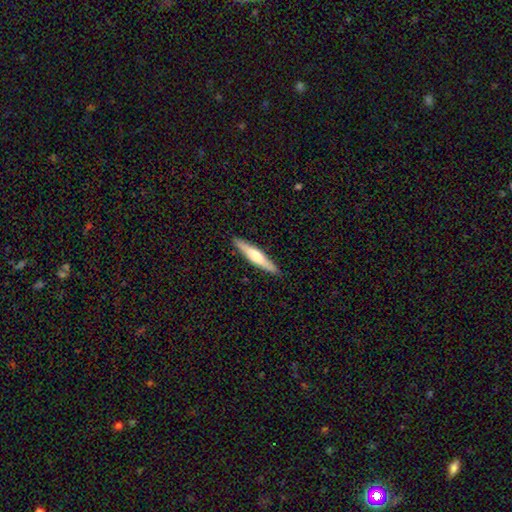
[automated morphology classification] Smooth or featured? Predicted: featured or disk (p=0.50). Merging? Predicted: none (p=0.91).